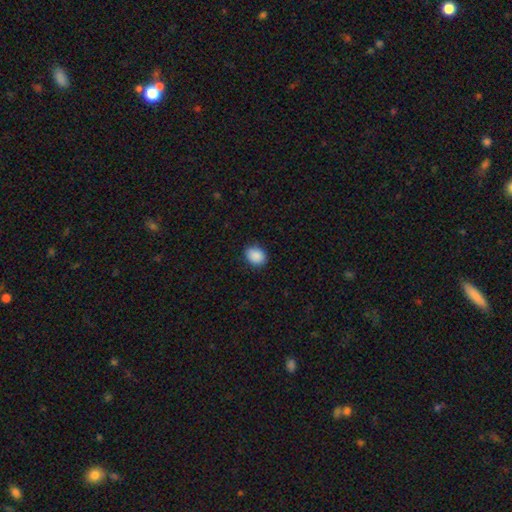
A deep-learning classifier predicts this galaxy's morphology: The model was most divided on "how rounded": in between: 56%, round: 43%, cigar-shaped: 1%. More confident: smooth or featured — smooth (89%); merging — none (87%).